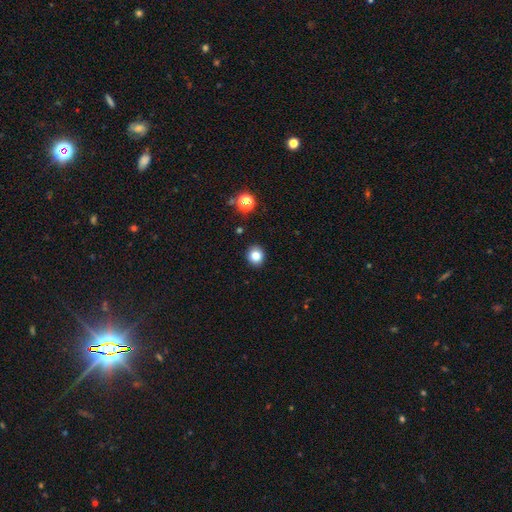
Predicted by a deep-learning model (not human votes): Smooth or featured? Predicted: smooth (p=0.83). How rounded? Predicted: round (p=0.85). Merging? Predicted: none (p=0.91).